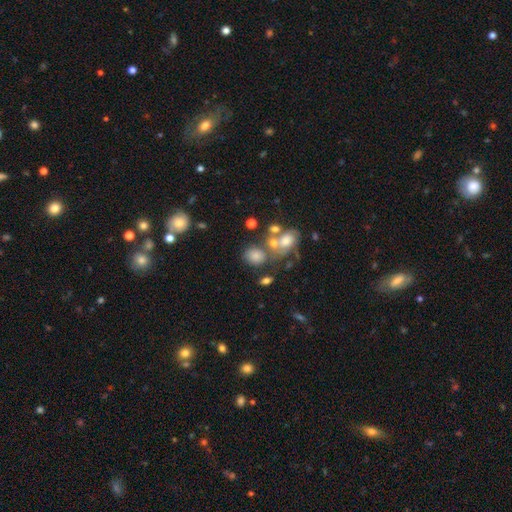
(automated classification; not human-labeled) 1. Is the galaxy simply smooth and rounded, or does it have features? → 71% smooth, 15% featured or disk, 14% star or artifact.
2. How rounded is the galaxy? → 52% round, 47% in between, 1% cigar-shaped.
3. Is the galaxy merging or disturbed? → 47% none, 28% merger, 16% minor disturbance, 9% major disturbance.